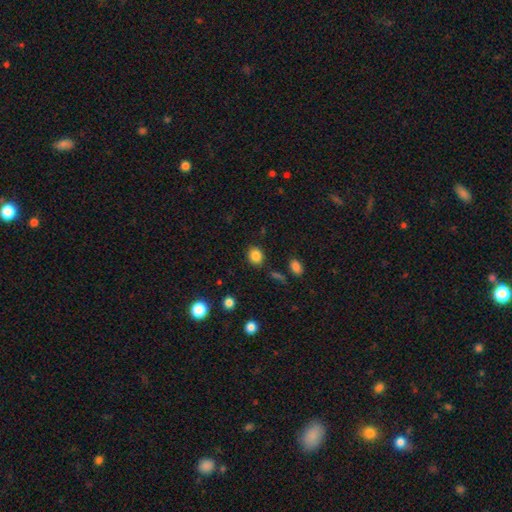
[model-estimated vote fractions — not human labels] smooth-or-featured: smooth: 85% | star or artifact: 10% | featured or disk: 5%
  how-rounded: round: 68% | in between: 31% | cigar-shaped: 1%
  merging: none: 86% | minor disturbance: 9% | major disturbance: 3% | merger: 3%